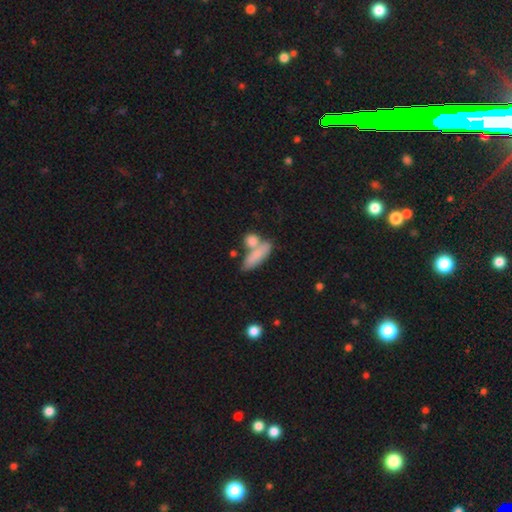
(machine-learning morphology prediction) Q: Smooth or featured?
A: smooth (76%); runner-up: featured or disk (17%)
Q: How rounded?
A: in between (51%); runner-up: cigar-shaped (43%)
Q: Merging?
A: none (46%); runner-up: merger (34%)